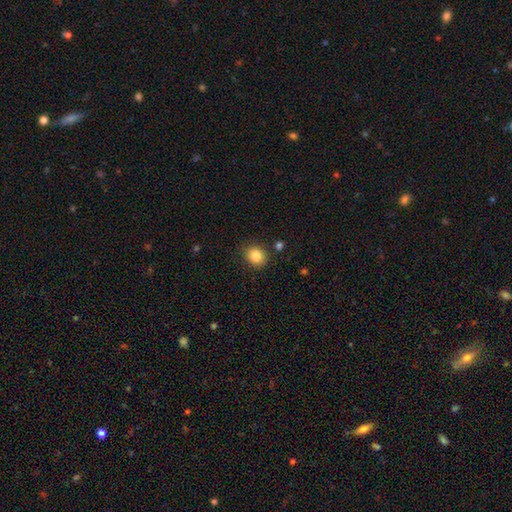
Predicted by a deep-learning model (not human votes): smooth 85%, star or artifact 10%, featured or disk 5%. Down the decision tree: how rounded — round (70%); merging — none (87%).